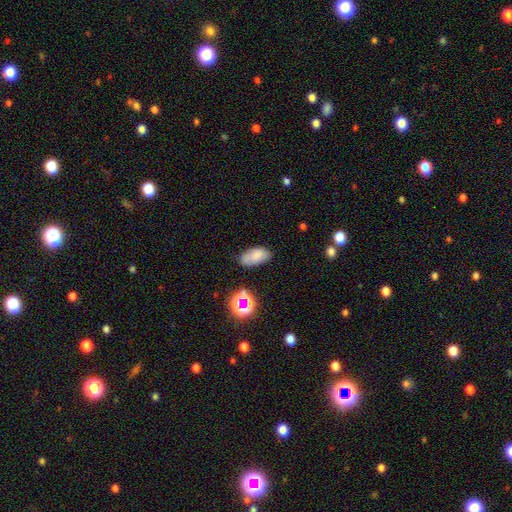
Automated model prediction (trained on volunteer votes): Q: Smooth or featured?
A: smooth (76%); runner-up: star or artifact (12%)
Q: How rounded?
A: in between (93%); runner-up: round (4%)
Q: Merging?
A: none (72%); runner-up: minor disturbance (19%)